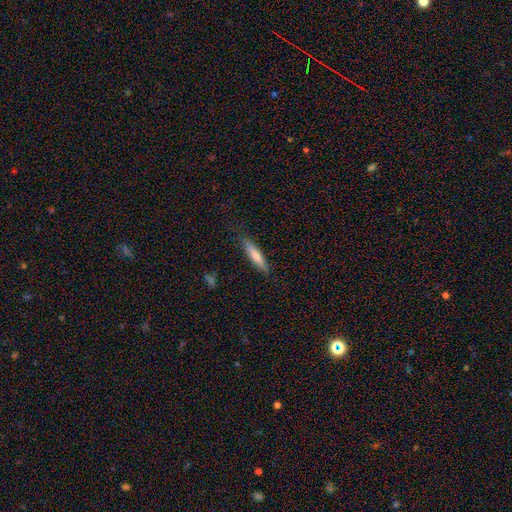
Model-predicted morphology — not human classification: Smooth or featured?
  - smooth: 70% *
  - featured or disk: 24%
  - star or artifact: 6%
How rounded?
  - cigar-shaped: 87% *
  - in between: 12%
  - round: 1%
Merging?
  - none: 85% *
  - minor disturbance: 12%
  - major disturbance: 2%
  - merger: 1%